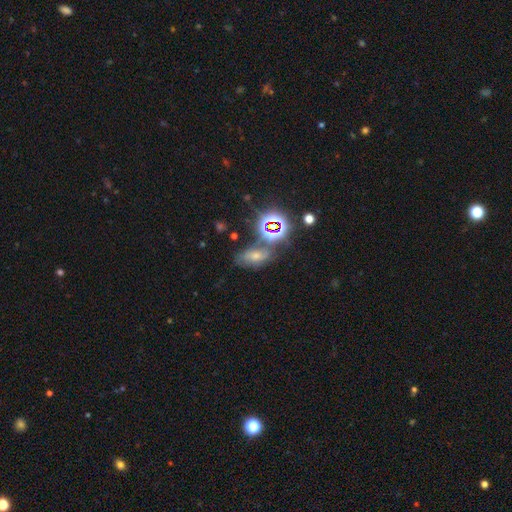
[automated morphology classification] The model was most divided on "smooth or featured": smooth: 41%, star or artifact: 36%, featured or disk: 23%. More confident: merging — none (54%).